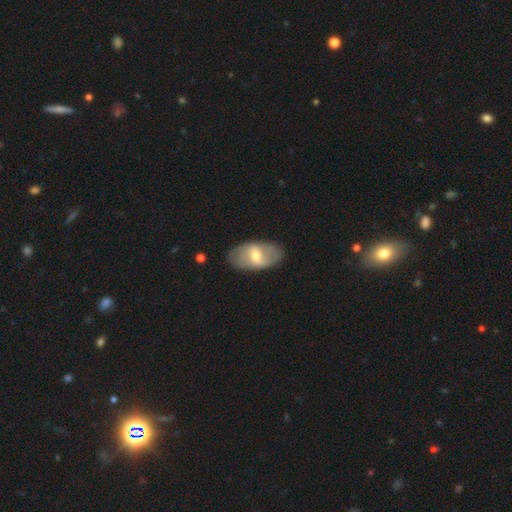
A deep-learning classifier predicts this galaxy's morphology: This appears to be a featured or disk galaxy (57%) with a weak bar (50%), spiral arms (56%) and a moderate central bulge (62%). Merging: none (81%).